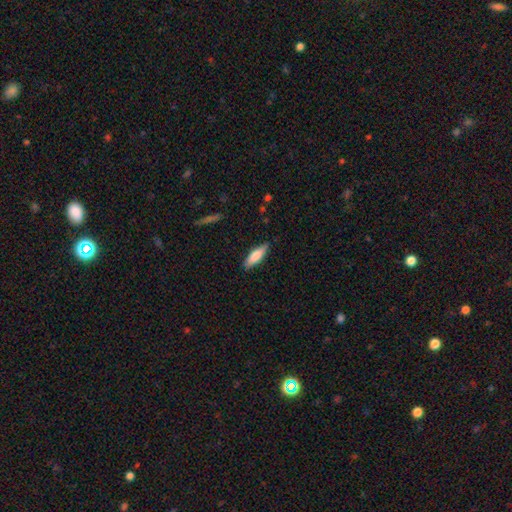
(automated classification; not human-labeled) The model was most divided on "how rounded": cigar-shaped: 50%, in between: 48%, round: 2%. More confident: merging — none (83%); smooth or featured — smooth (77%).